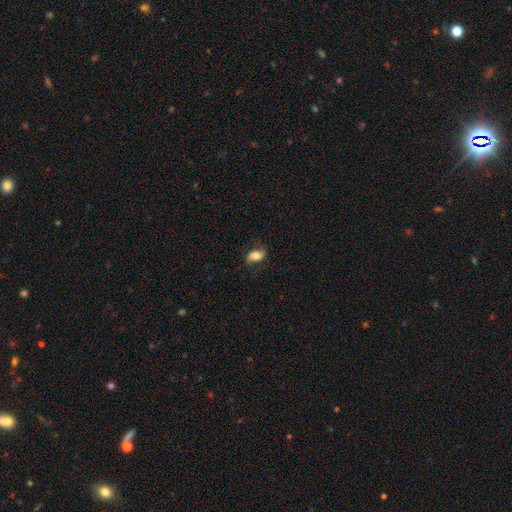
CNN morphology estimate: The model was most divided on "smooth or featured": smooth: 65%, featured or disk: 27%, star or artifact: 9%. More confident: how rounded — in between (86%); merging — none (73%).